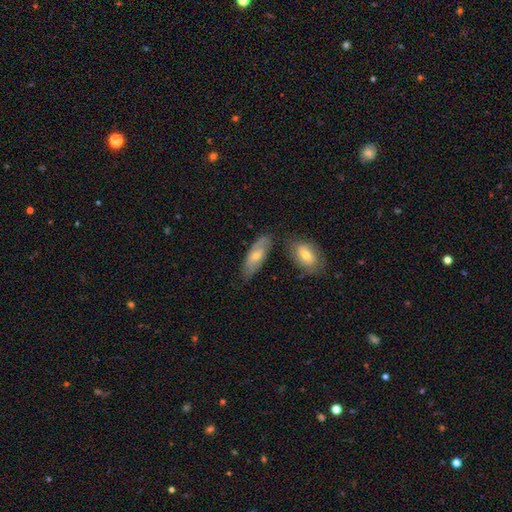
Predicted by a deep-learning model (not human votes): smooth_or_featured: smooth (p=0.50) [alt: featured or disk p=0.42]
how_rounded: in between (p=0.69) [alt: cigar-shaped p=0.28]
merging: none (p=0.66) [alt: minor disturbance p=0.18]